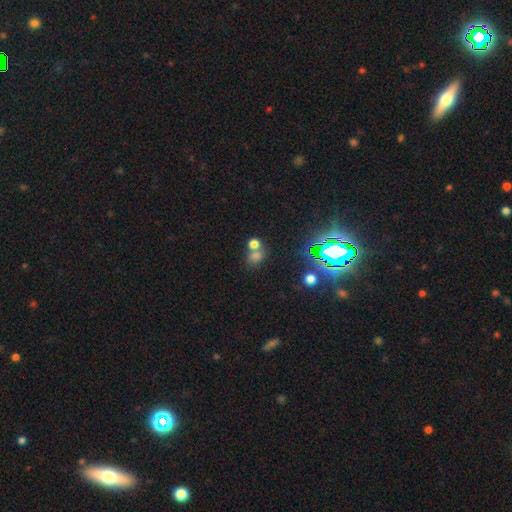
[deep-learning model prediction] Smooth or featured? smooth (64%)
How rounded? round (55%)
Merging? merger (49%)